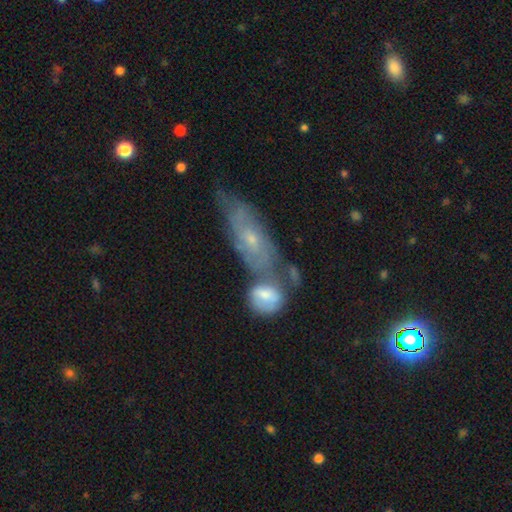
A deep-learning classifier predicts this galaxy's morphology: Smooth or featured?
  - featured or disk: 46% *
  - smooth: 30%
  - star or artifact: 24%
Merging?
  - none: 51% *
  - merger: 28%
  - minor disturbance: 13%
  - major disturbance: 8%